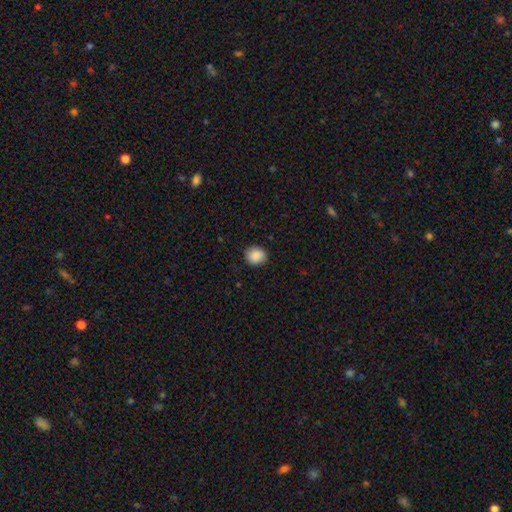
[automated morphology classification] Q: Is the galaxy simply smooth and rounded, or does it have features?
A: smooth — 89%.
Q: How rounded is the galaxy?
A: round — 73%.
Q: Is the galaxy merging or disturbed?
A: none — 88%.